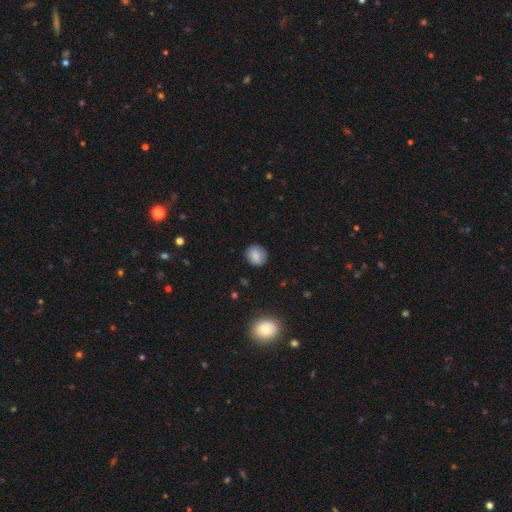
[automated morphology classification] Smooth or featured?
  - smooth: 83% *
  - star or artifact: 9%
  - featured or disk: 8%
How rounded?
  - round: 82% *
  - in between: 17%
  - cigar-shaped: 1%
Merging?
  - none: 87% *
  - minor disturbance: 10%
  - major disturbance: 3%
  - merger: 1%